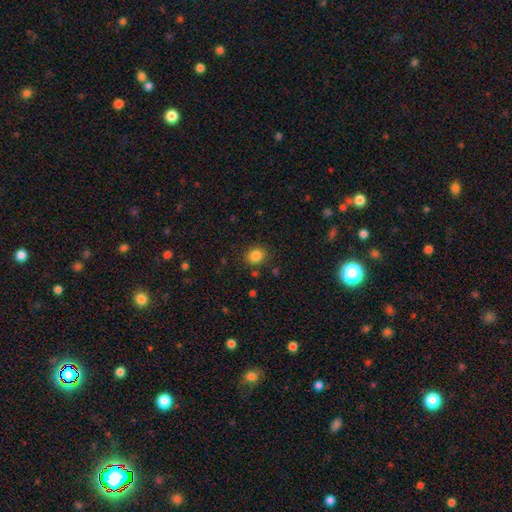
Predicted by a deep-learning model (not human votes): The model was most divided on "how rounded": round: 61%, in between: 38%, cigar-shaped: 1%. More confident: smooth or featured — smooth (85%); merging — none (85%).